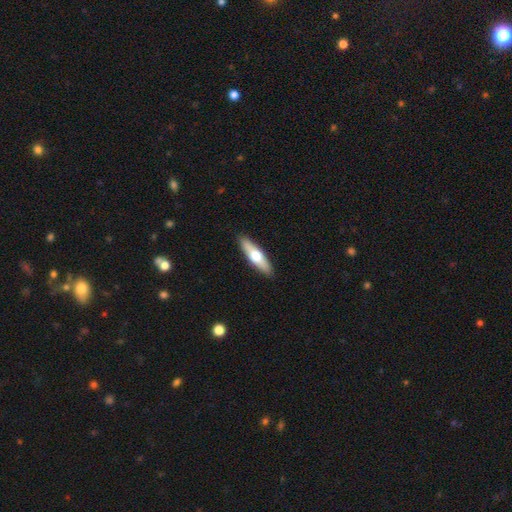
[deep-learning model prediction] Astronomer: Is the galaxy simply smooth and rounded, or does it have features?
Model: smooth — 50% (runner-up: featured or disk, 45%).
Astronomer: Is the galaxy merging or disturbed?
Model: none — 90%.